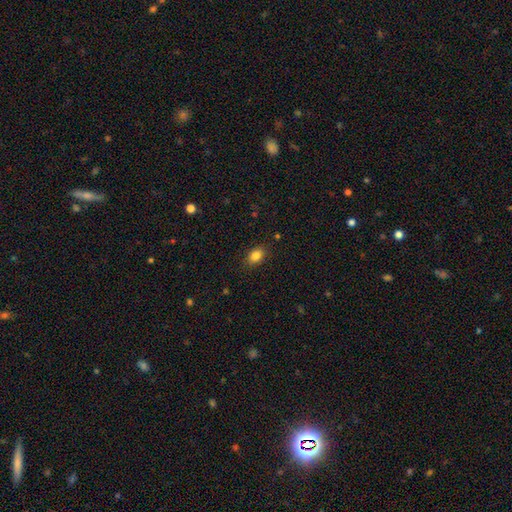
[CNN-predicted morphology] This is clearly a smooth galaxy (85%). How rounded: likely in between (80%). Merging: clearly none (87%).